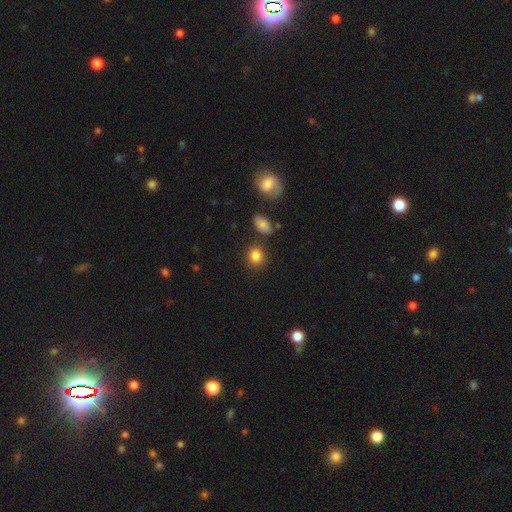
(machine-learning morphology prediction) The model was most divided on "how rounded": round: 72%, in between: 26%, cigar-shaped: 1%. More confident: smooth or featured — smooth (85%); merging — none (81%).